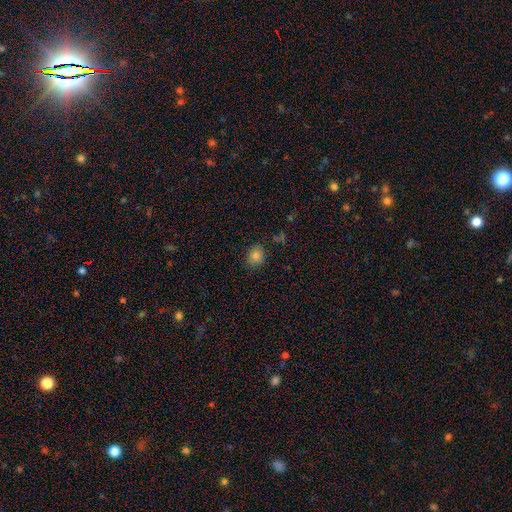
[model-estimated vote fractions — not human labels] Smooth or featured: smooth — 80% (star or artifact — 13%)
How rounded: round — 57% (in between — 42%)
Merging: none — 83% (minor disturbance — 13%)